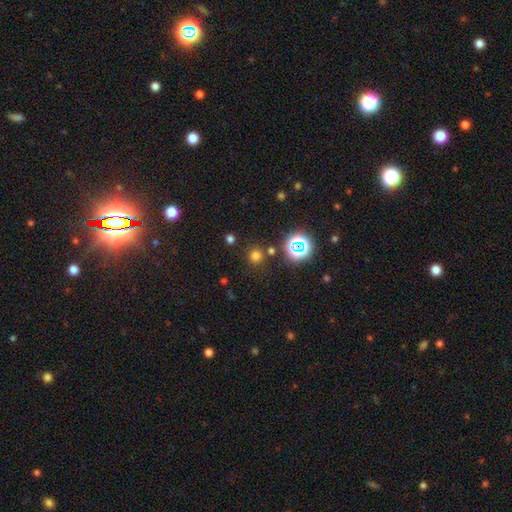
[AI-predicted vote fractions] Morphology: type=smooth (69%); roundness=round (94%); merging=none (84%).